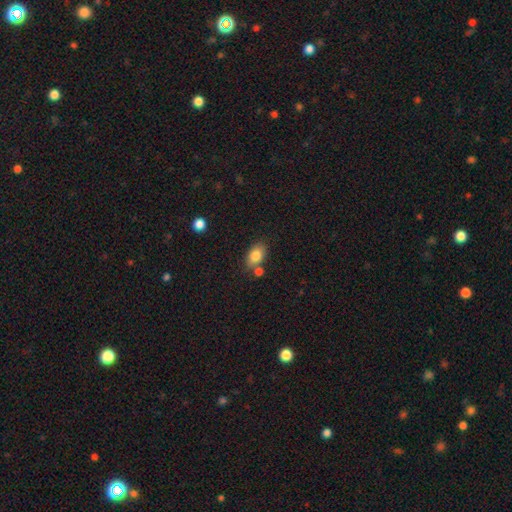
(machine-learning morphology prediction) smooth 82%, featured or disk 9%, star or artifact 8%. Down the decision tree: how rounded — in between (85%); merging — none (67%).